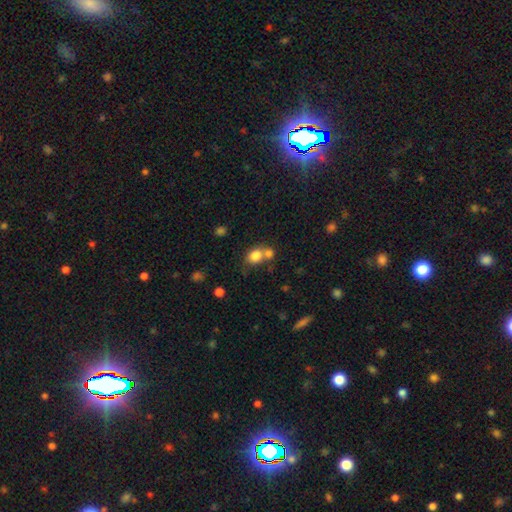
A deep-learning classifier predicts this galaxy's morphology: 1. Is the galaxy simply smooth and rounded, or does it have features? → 80% smooth, 11% star or artifact, 9% featured or disk.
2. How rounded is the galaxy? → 63% round, 36% in between, 1% cigar-shaped.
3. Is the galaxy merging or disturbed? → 47% merger, 41% none, 9% minor disturbance, 4% major disturbance.